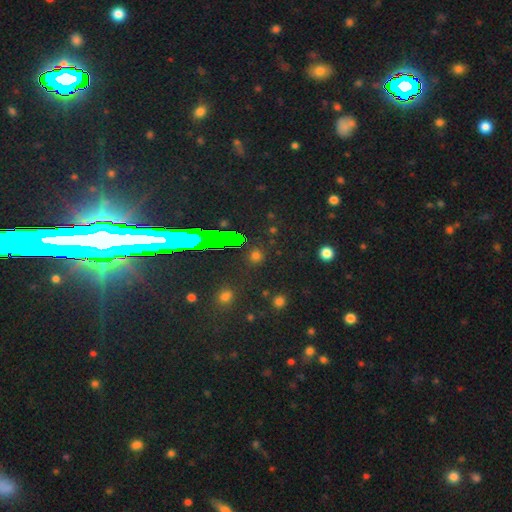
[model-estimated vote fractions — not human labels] smooth 55%, star or artifact 38%, featured or disk 7%. Down the decision tree: how rounded — round (88%); merging — none (87%).